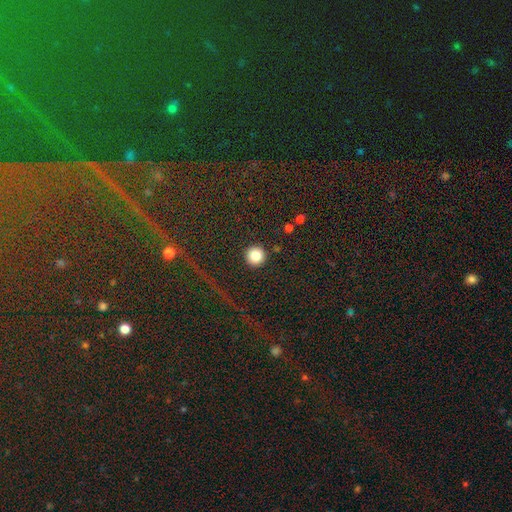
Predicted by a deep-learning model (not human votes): Smooth or featured?
  - smooth: 83% *
  - star or artifact: 11%
  - featured or disk: 6%
How rounded?
  - round: 96% *
  - in between: 3%
  - cigar-shaped: 1%
Merging?
  - none: 93% *
  - minor disturbance: 4%
  - major disturbance: 2%
  - merger: 1%